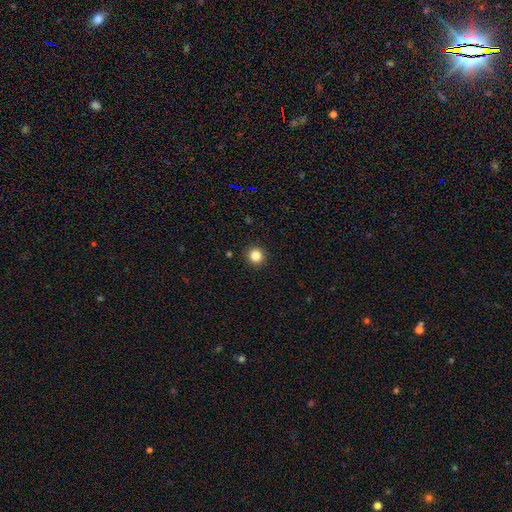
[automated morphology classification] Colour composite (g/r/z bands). It shows a smooth galaxy with no disk features (84%) that is round (95%). Merging: none (93%).